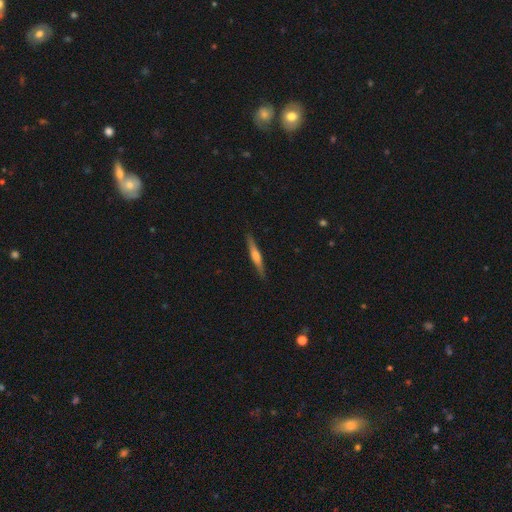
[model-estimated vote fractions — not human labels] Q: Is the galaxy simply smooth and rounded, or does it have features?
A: featured or disk — 63%.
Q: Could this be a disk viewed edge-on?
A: yes — 98%.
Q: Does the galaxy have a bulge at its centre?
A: rounded — 79%.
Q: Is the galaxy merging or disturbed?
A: none — 90%.